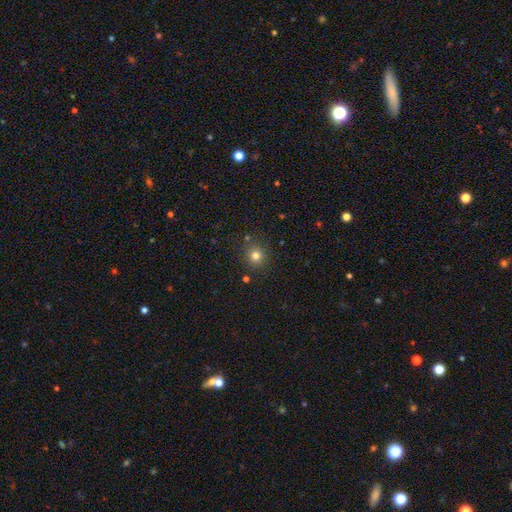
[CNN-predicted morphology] smooth-or-featured: smooth: 77% | star or artifact: 16% | featured or disk: 7%
  how-rounded: round: 91% | in between: 8% | cigar-shaped: 1%
  merging: none: 86% | minor disturbance: 8% | merger: 3% | major disturbance: 3%